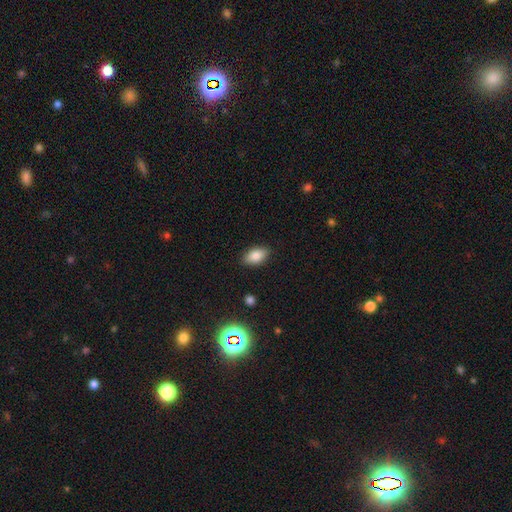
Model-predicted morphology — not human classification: Smooth or featured: smooth — 84% (star or artifact — 9%)
How rounded: in between — 91% (round — 6%)
Merging: none — 87% (minor disturbance — 10%)